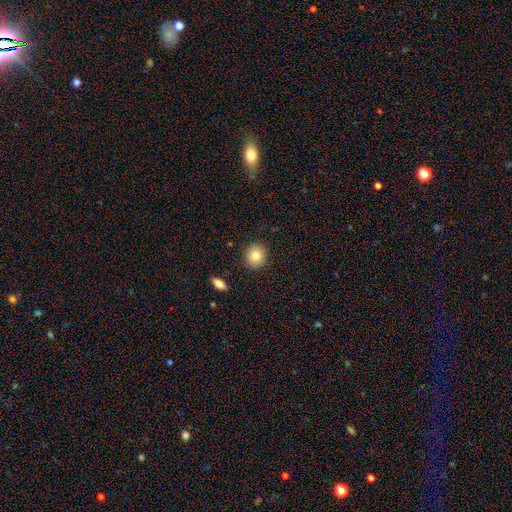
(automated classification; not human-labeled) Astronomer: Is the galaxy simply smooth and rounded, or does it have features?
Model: smooth — 81%.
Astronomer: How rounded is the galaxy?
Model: round — 82%.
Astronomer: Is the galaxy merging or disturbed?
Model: none — 90%.